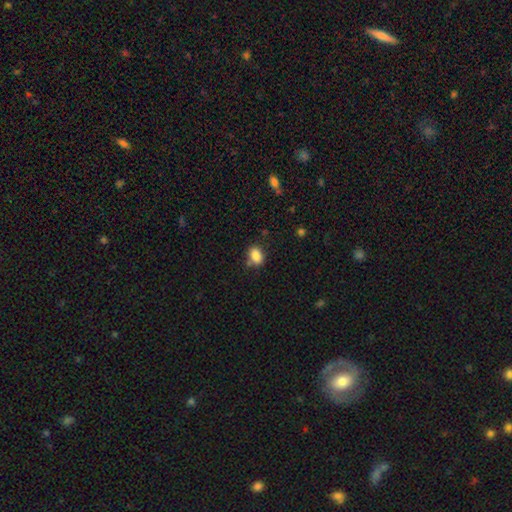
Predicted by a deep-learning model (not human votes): smooth-or-featured: smooth: 85% | star or artifact: 9% | featured or disk: 6%
  how-rounded: in between: 77% | round: 22% | cigar-shaped: 2%
  merging: none: 70% | minor disturbance: 18% | merger: 8% | major disturbance: 4%